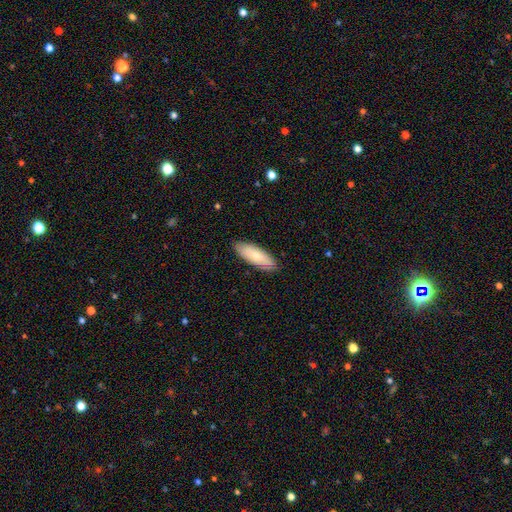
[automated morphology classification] Smooth or featured? Predicted: smooth (p=0.75). How rounded? Predicted: in between (p=0.66). Merging? Predicted: none (p=0.86).